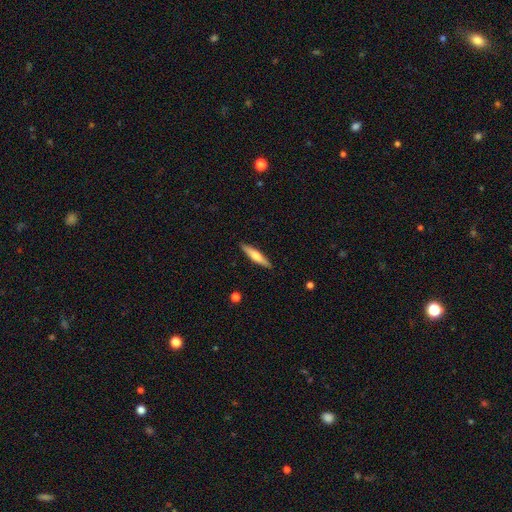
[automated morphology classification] smooth-or-featured: smooth: 53% | featured or disk: 42% | star or artifact: 5%
  how-rounded: cigar-shaped: 86% | in between: 13% | round: 2%
  merging: none: 90% | minor disturbance: 7% | major disturbance: 1% | merger: 1%